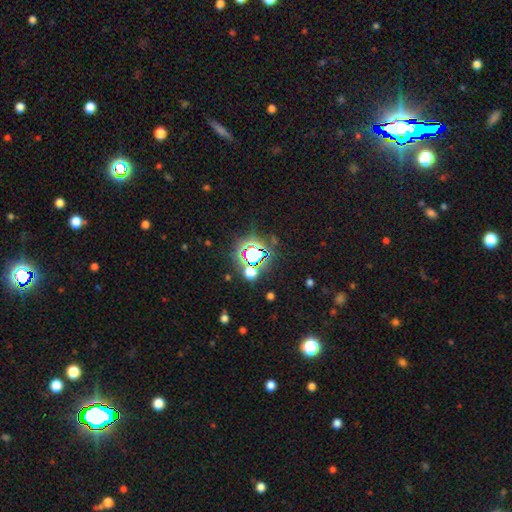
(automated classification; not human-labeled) Q: Smooth or featured?
A: star or artifact (77%); runner-up: smooth (15%)